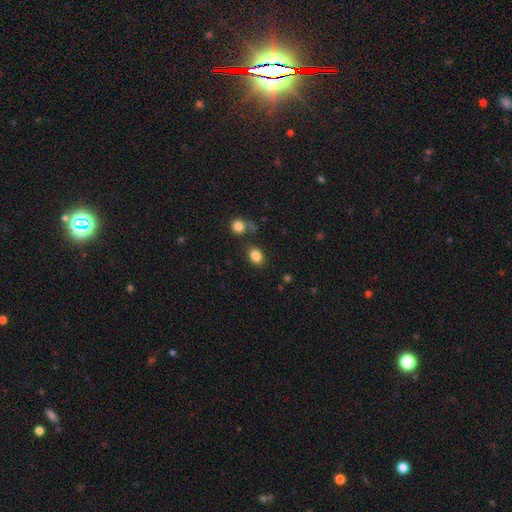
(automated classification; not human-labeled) Smooth or featured?
  - smooth: 85% *
  - star or artifact: 10%
  - featured or disk: 5%
How rounded?
  - in between: 62% *
  - round: 37%
  - cigar-shaped: 1%
Merging?
  - none: 78% *
  - minor disturbance: 11%
  - merger: 8%
  - major disturbance: 4%